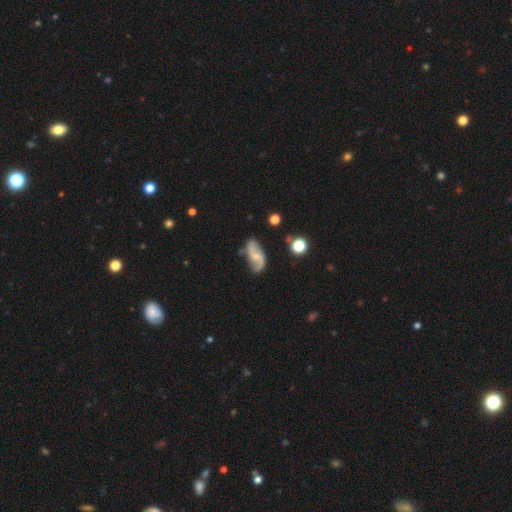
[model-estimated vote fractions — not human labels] smooth-or-featured: featured or disk: 69% | smooth: 24% | star or artifact: 7%
  disk-edge-on: no: 95% | yes: 5%
    bar: no: 55% | weak: 36% | strong: 9%
    has-spiral-arms: yes: 92% | no: 8%
      spiral-winding: loose: 69% | medium: 23% | tight: 8%
      spiral-arm-count: 2: 89% | can't tell: 5% | 1: 3% | 3: 1% | 4: 1% | more than 4: 1%
    bulge-size: small: 59% | moderate: 23% | none: 15% | large: 2% | dominant: 1%
  merging: none: 63% | minor disturbance: 23% | major disturbance: 9% | merger: 5%